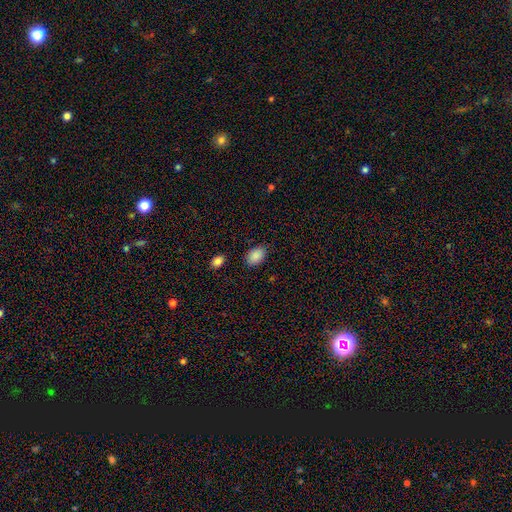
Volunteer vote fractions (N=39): Morphology: type=smooth (95%); roundness=in between (68%); merging=none (76%).